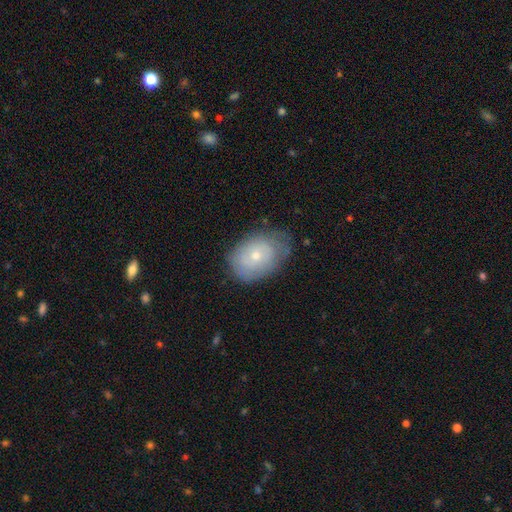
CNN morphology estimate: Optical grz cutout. It shows a smooth galaxy with no disk features (53%) that is in between round and cigar-shaped (75%). Merging: none (63%).